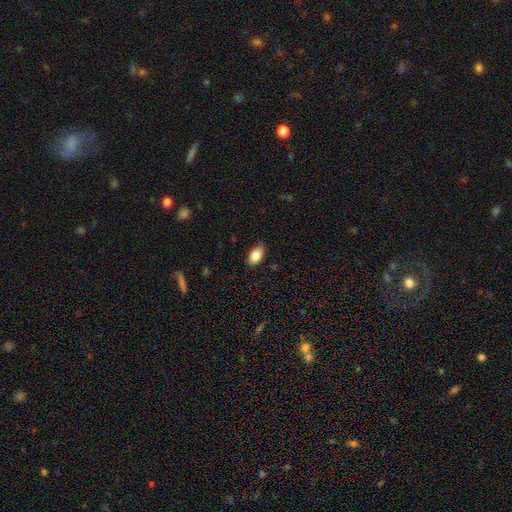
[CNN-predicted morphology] Overall: smooth (84%). How rounded: in between (92%). Merging: none (77%).